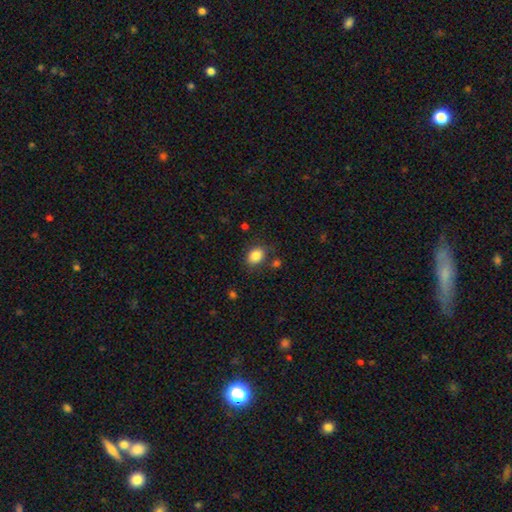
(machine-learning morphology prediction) type=smooth (85%); roundness=in between (69%); merging=none (74%).